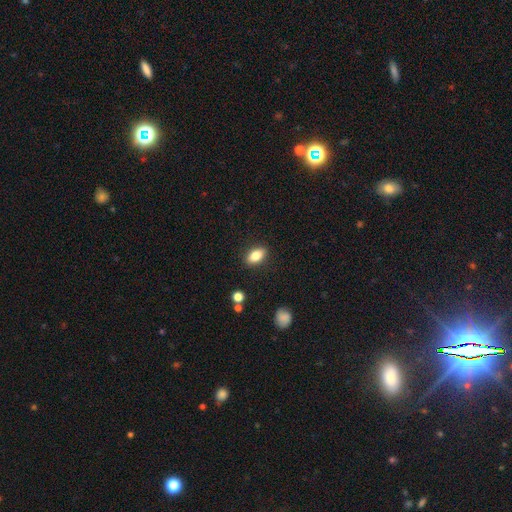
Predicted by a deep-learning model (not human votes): Morphology: type=smooth (82%); roundness=in between (86%); merging=none (87%).